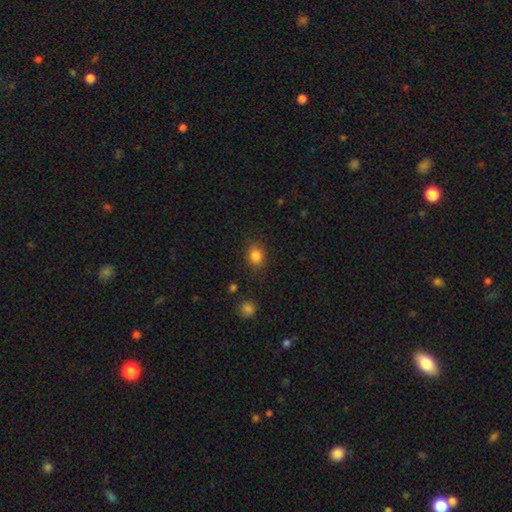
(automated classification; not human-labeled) Smooth or featured?
  - smooth: 84% *
  - star or artifact: 11%
  - featured or disk: 5%
How rounded?
  - round: 58% *
  - in between: 41%
  - cigar-shaped: 1%
Merging?
  - none: 84% *
  - minor disturbance: 11%
  - major disturbance: 3%
  - merger: 2%